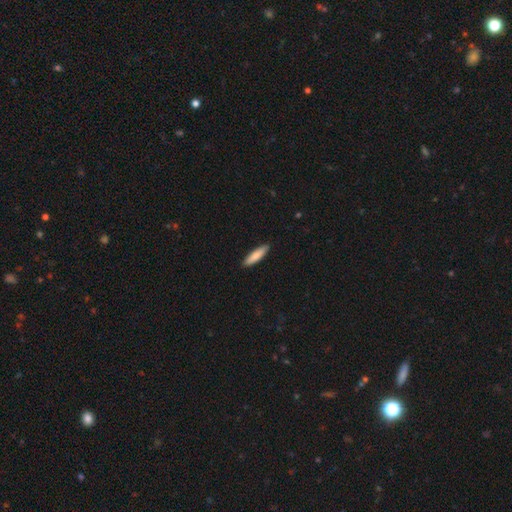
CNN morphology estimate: Q: Smooth or featured?
A: smooth (82%); runner-up: featured or disk (12%)
Q: How rounded?
A: cigar-shaped (79%); runner-up: in between (20%)
Q: Merging?
A: none (90%); runner-up: minor disturbance (8%)